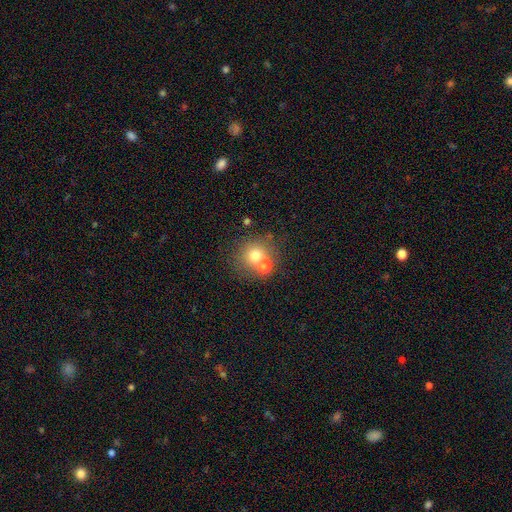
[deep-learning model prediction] smooth_or_featured: smooth (p=0.71) [alt: featured or disk p=0.15]
how_rounded: round (p=0.85) [alt: in between p=0.14]
merging: none (p=0.53) [alt: merger p=0.35]